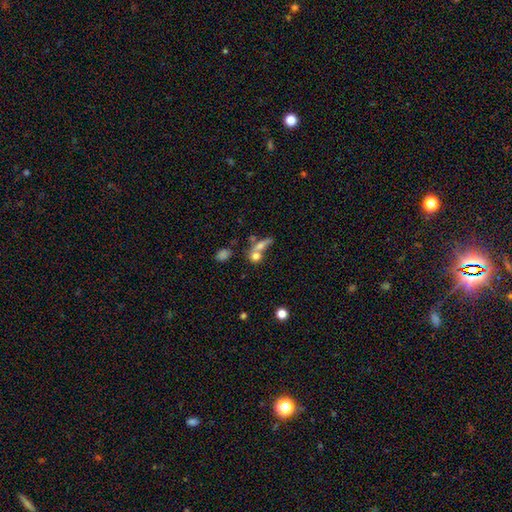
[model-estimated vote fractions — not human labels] The model was most divided on "merging": merger: 47%, none: 34%, minor disturbance: 9%, major disturbance: 9%. More confident: smooth or featured — smooth (68%); how rounded — round (55%).